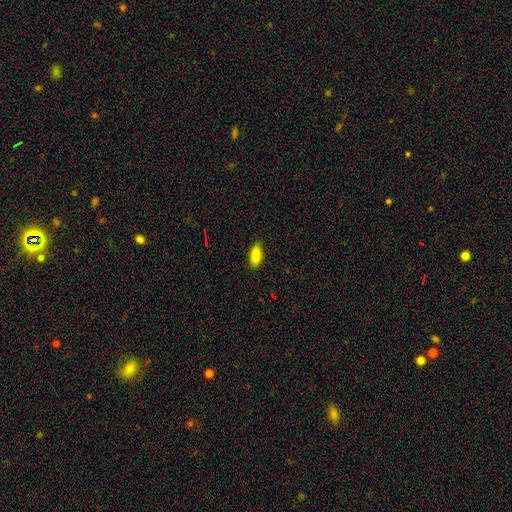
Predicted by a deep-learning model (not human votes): smooth-or-featured: smooth: 88% | star or artifact: 8% | featured or disk: 5%
  how-rounded: in between: 88% | cigar-shaped: 9% | round: 3%
  merging: none: 85% | minor disturbance: 12% | major disturbance: 2% | merger: 1%